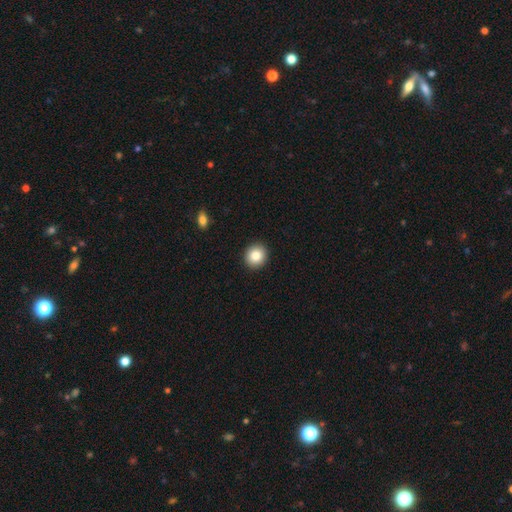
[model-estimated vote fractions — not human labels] smooth-or-featured: smooth: 85% | star or artifact: 9% | featured or disk: 6%
  how-rounded: round: 86% | in between: 13% | cigar-shaped: 1%
  merging: none: 93% | minor disturbance: 5% | major disturbance: 2% | merger: 1%